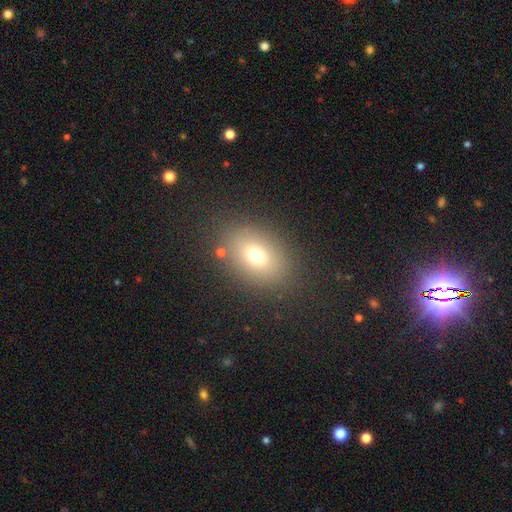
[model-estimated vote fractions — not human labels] Overall: smooth (72%). How rounded: in between (73%). Merging: none (84%).